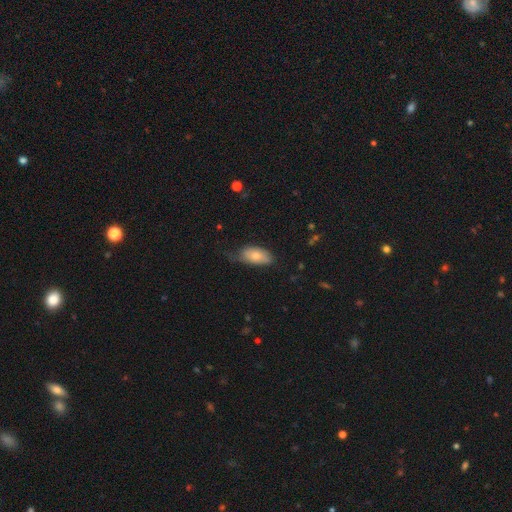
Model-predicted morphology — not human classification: This appears to be a smooth galaxy with no disk features (75%) that is in between round and cigar-shaped (91%). Merging: none (47%).